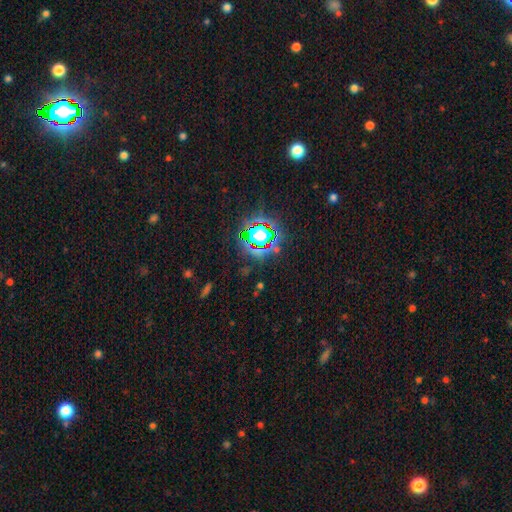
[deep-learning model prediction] A star or artifact, not a galaxy (83%).

Vote fractions:
- Smooth or featured? star or artifact: 83% / smooth: 10% / featured or disk: 7%